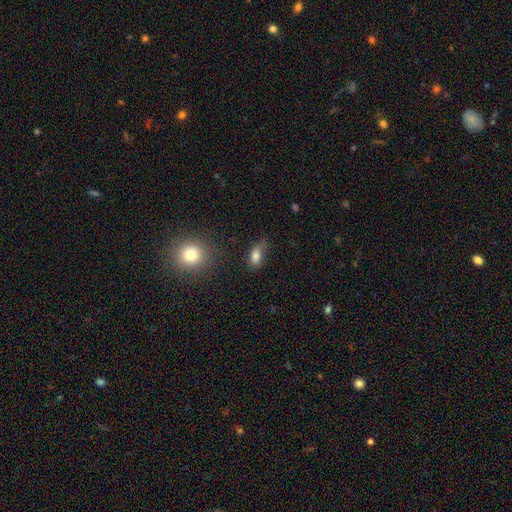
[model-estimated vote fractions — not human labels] This appears to be a smooth galaxy with no disk features (81%) that is in between round and cigar-shaped (85%). Merging: none (59%).